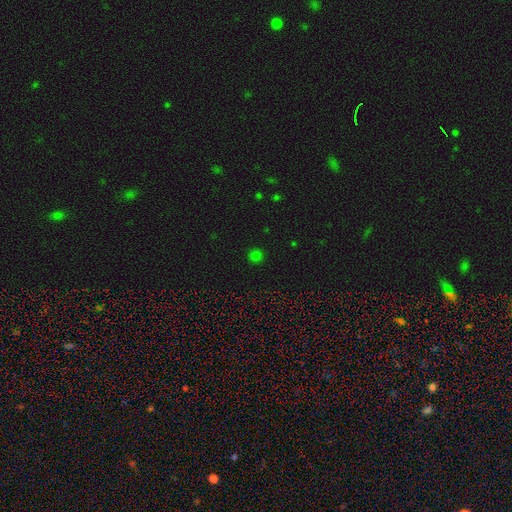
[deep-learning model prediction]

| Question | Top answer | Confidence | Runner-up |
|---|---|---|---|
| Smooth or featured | smooth | 75% | star or artifact (21%) |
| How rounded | round | 94% | in between (5%) |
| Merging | none | 91% | minor disturbance (6%) |